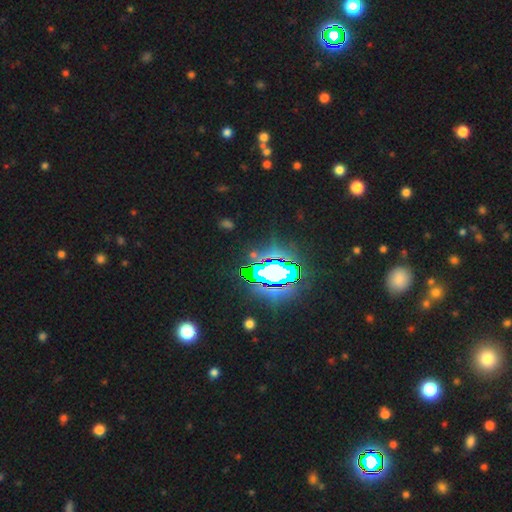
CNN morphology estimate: Smooth or featured? Predicted: star or artifact (p=0.72).